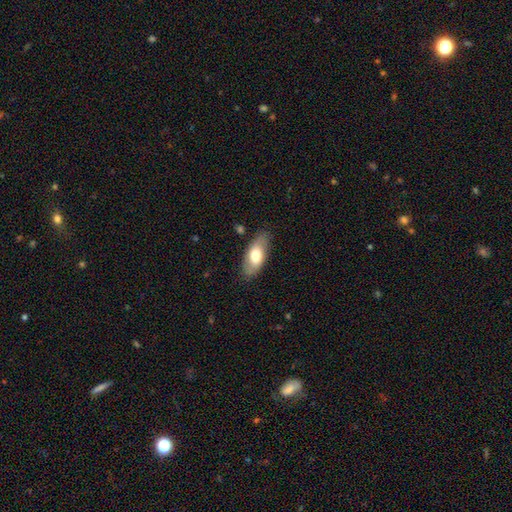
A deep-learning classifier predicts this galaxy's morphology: A smooth galaxy with no disk features (69%) that is in between round and cigar-shaped (86%). Merging: none (81%).